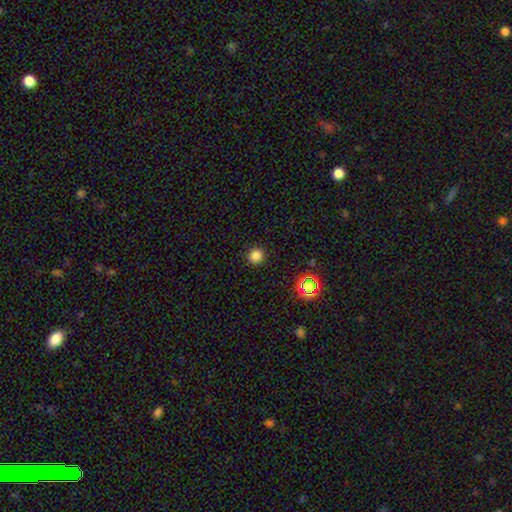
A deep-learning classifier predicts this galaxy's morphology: This appears to be a smooth galaxy with no disk features (81%) that is round (91%). Merging: none (91%).